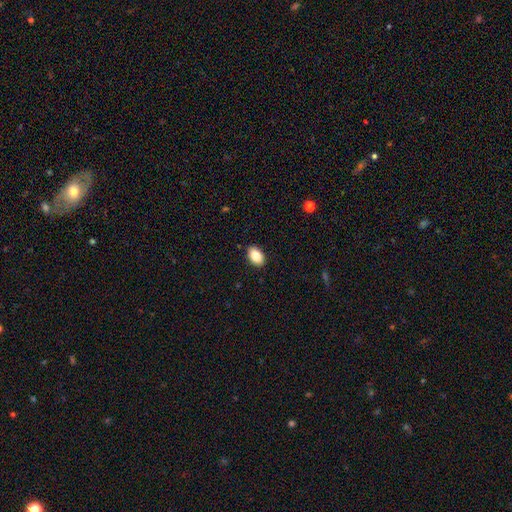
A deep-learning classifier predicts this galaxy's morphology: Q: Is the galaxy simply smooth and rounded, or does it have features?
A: smooth — 87%.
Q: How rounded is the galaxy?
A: in between — 90%.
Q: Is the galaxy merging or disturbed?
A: none — 89%.